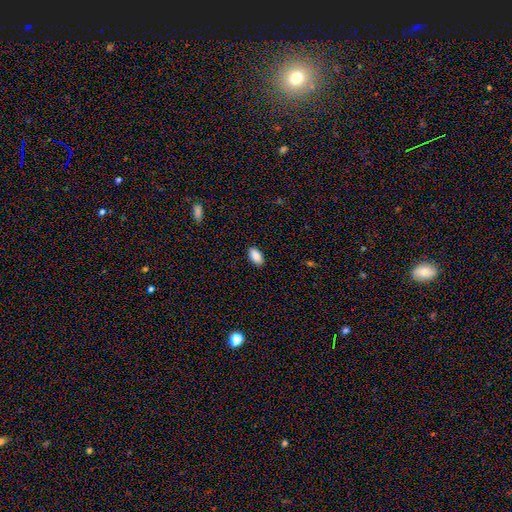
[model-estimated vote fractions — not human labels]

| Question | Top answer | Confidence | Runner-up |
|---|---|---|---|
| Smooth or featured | smooth | 89% | star or artifact (7%) |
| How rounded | in between | 94% | round (4%) |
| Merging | none | 88% | minor disturbance (9%) |